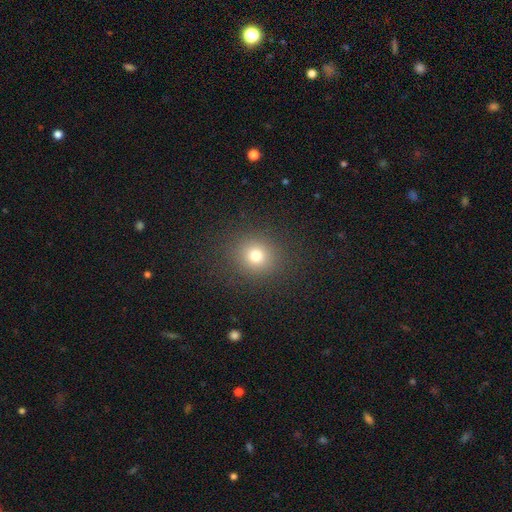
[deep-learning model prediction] Overall: smooth (75%). How rounded: round (82%). Merging: none (88%).